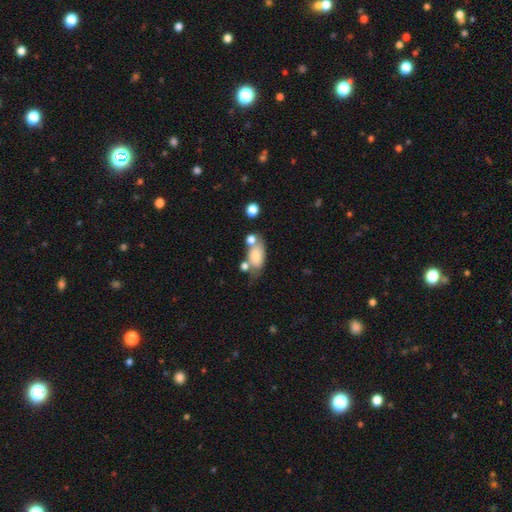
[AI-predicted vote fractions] smooth_or_featured: smooth (p=0.75) [alt: featured or disk p=0.17]
how_rounded: in between (p=0.88) [alt: round p=0.08]
merging: none (p=0.40) [alt: merger p=0.28]